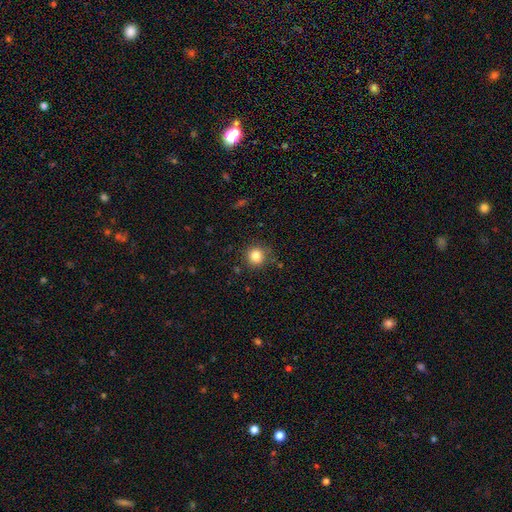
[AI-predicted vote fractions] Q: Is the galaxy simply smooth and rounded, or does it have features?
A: smooth — 83%.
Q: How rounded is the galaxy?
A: round — 94%.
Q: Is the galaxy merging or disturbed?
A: none — 86%.